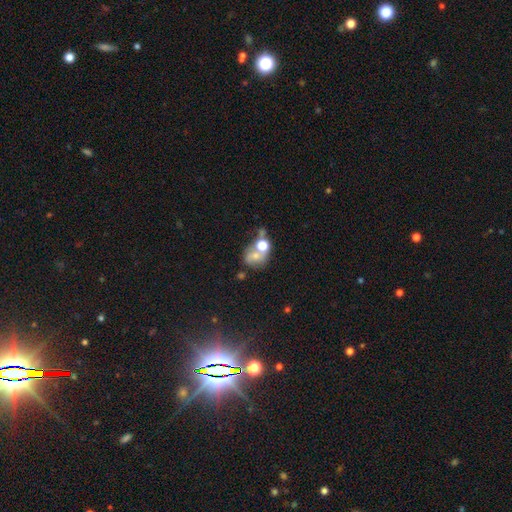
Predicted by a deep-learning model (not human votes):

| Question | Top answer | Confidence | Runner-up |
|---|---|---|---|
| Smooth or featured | smooth | 58% | featured or disk (26%) |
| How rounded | round | 58% | in between (41%) |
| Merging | merger | 50% | none (27%) |